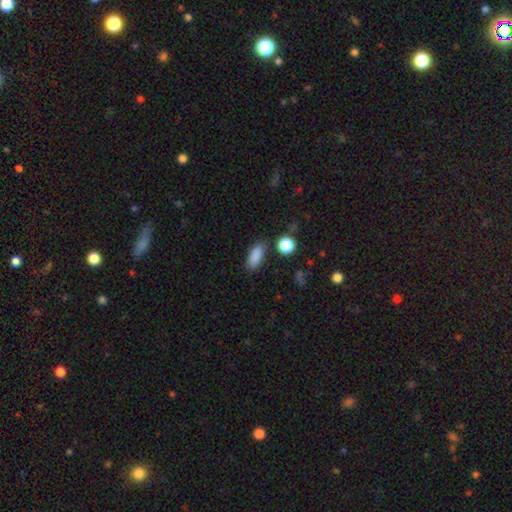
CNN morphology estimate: type=smooth (87%); roundness=in between (75%); merging=none (83%).